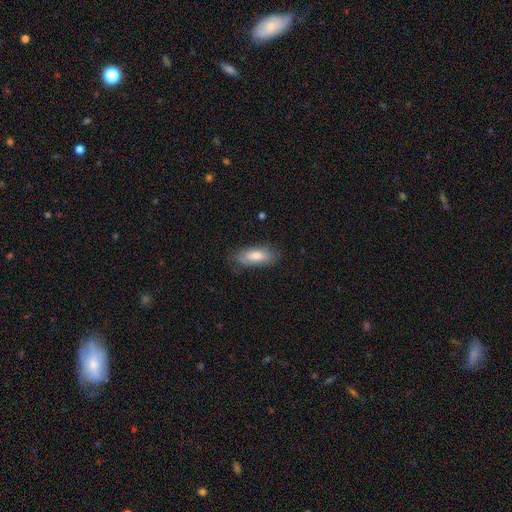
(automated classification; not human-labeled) smooth_or_featured: smooth (p=0.75) [alt: featured or disk p=0.19]
how_rounded: in between (p=0.79) [alt: cigar-shaped p=0.19]
merging: none (p=0.70) [alt: minor disturbance p=0.22]